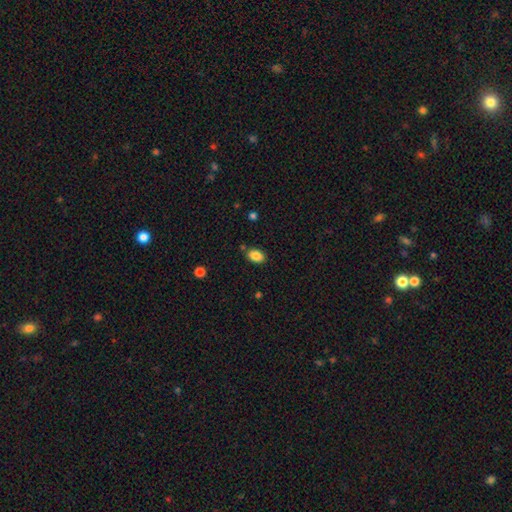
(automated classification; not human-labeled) This appears to be a smooth galaxy with no disk features (85%) that is in between round and cigar-shaped (82%). Merging: none (81%).